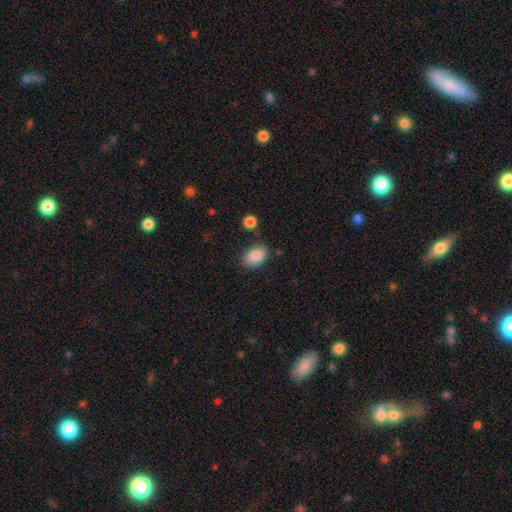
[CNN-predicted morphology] A smooth galaxy with no disk features (88%) that is in between round and cigar-shaped (86%). Merging: none (73%).